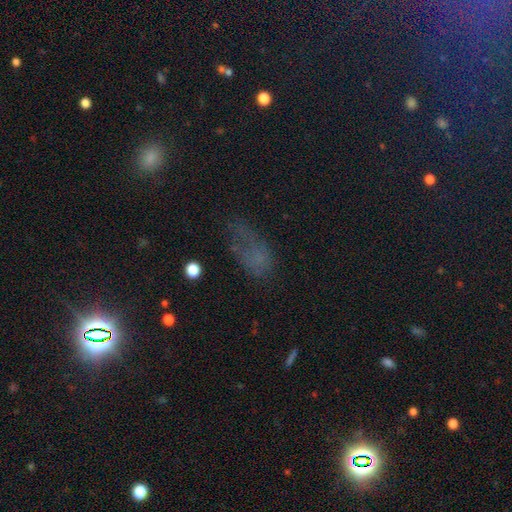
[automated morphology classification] smooth 47%, star or artifact 31%, featured or disk 21%. Down the decision tree: merging — none (39%).